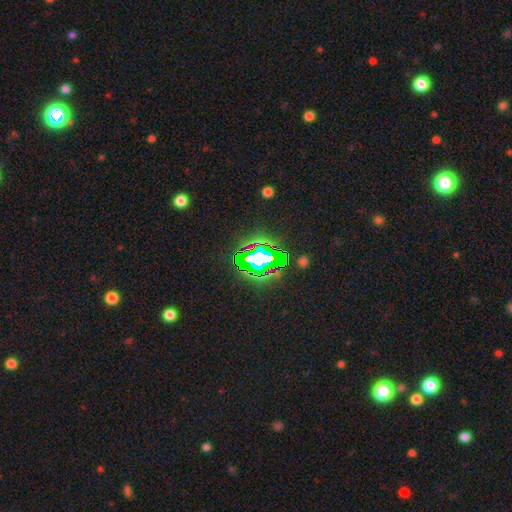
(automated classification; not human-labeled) Smooth or featured? Predicted: star or artifact (p=0.68).